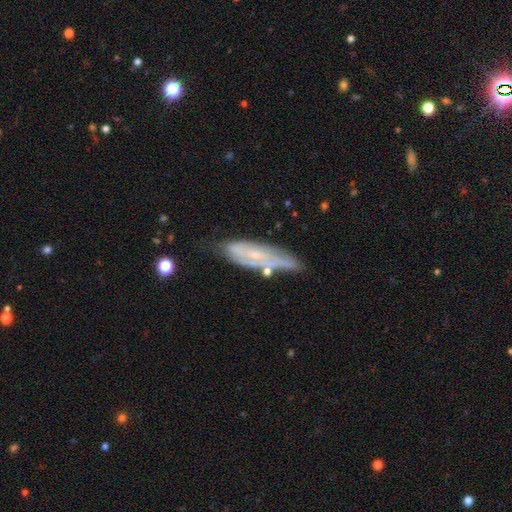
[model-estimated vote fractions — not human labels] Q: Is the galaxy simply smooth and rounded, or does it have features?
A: featured or disk — 61%.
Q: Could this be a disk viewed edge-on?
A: no — 69%.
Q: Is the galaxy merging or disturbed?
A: none — 58%.